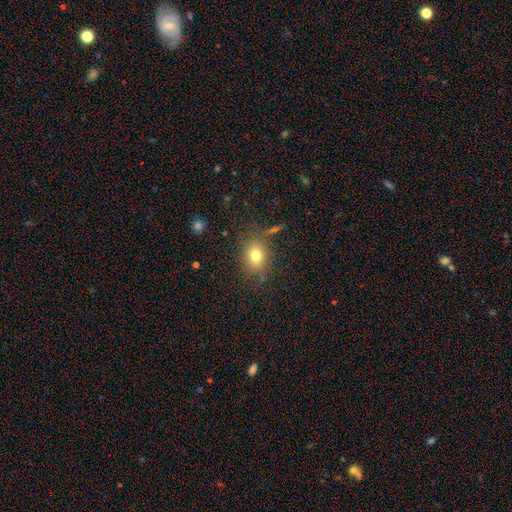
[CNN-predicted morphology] A smooth galaxy with no disk features (77%) that is in between round and cigar-shaped (49%, tied with round).

Vote fractions:
- Smooth or featured? smooth: 77% / star or artifact: 12% / featured or disk: 11%
- How rounded? in between: 49% (tied) / round: 49% (tied) / cigar-shaped: 1%
- Merging? none: 79% / minor disturbance: 13% / major disturbance: 5% / merger: 4%